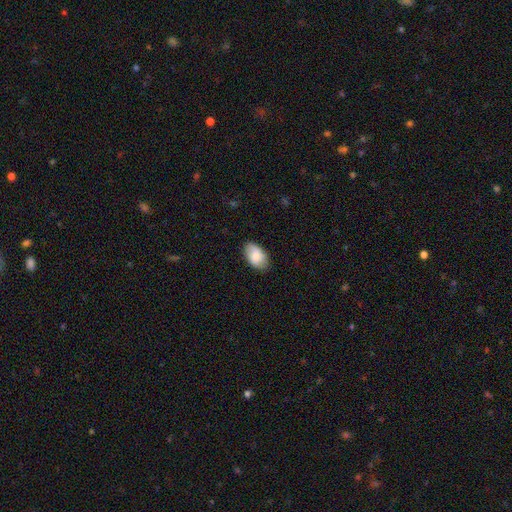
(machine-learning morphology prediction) Smooth or featured: smooth — 76% (featured or disk — 18%)
How rounded: in between — 93% (round — 6%)
Merging: none — 82% (minor disturbance — 14%)